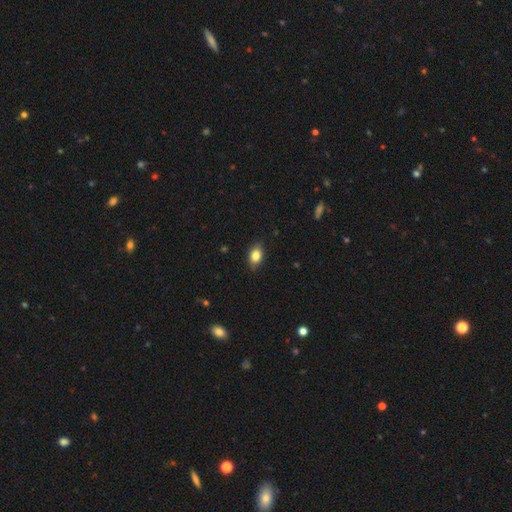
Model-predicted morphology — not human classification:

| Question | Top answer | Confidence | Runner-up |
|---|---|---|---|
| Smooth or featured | smooth | 82% | featured or disk (10%) |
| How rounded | in between | 84% | round (13%) |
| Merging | none | 84% | minor disturbance (13%) |